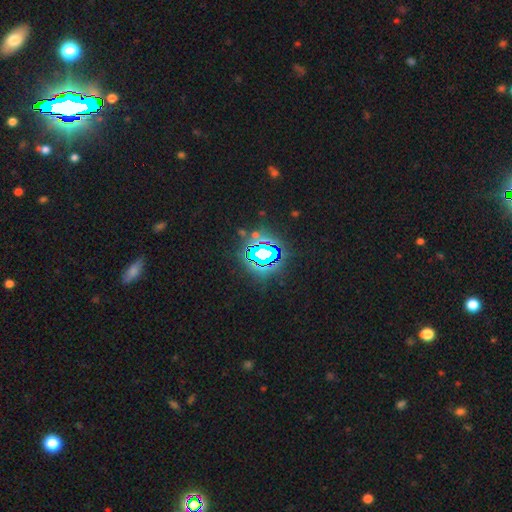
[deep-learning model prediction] A star or artifact, not a galaxy (74%).

Vote fractions:
- Smooth or featured? star or artifact: 74% / smooth: 14% / featured or disk: 11%